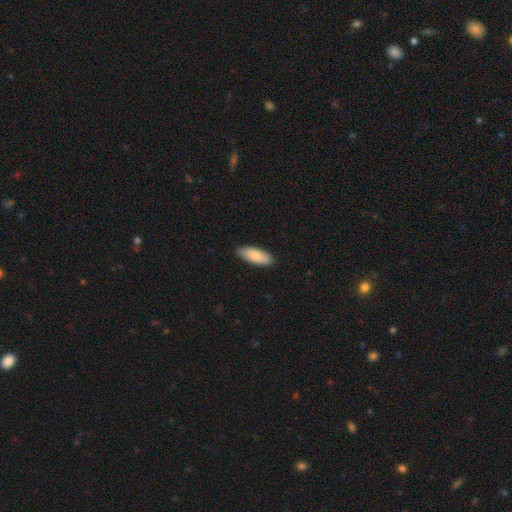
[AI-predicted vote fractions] Q: Smooth or featured?
A: smooth (83%); runner-up: featured or disk (11%)
Q: How rounded?
A: in between (78%); runner-up: cigar-shaped (20%)
Q: Merging?
A: none (88%); runner-up: minor disturbance (10%)